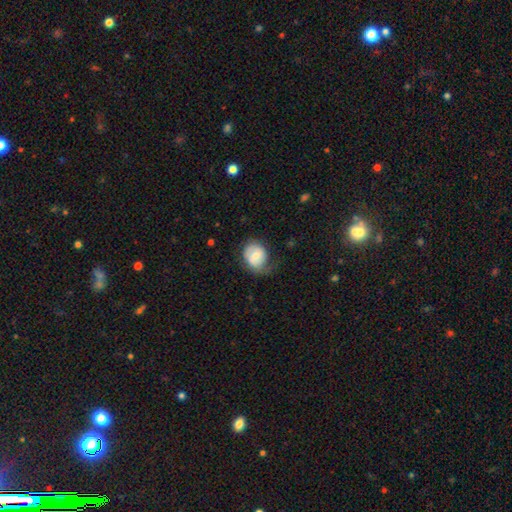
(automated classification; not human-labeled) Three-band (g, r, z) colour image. It shows a smooth galaxy with no disk features (55%) that is round (58%). Merging: none (46%).